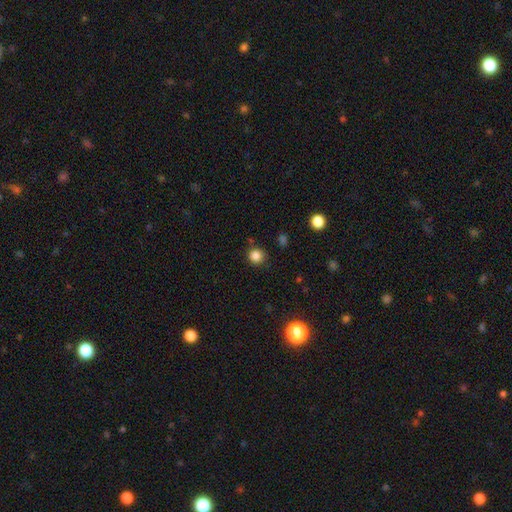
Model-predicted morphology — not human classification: The model was most divided on "smooth or featured": smooth: 84%, star or artifact: 12%, featured or disk: 4%. More confident: how rounded — round (90%); merging — none (84%).